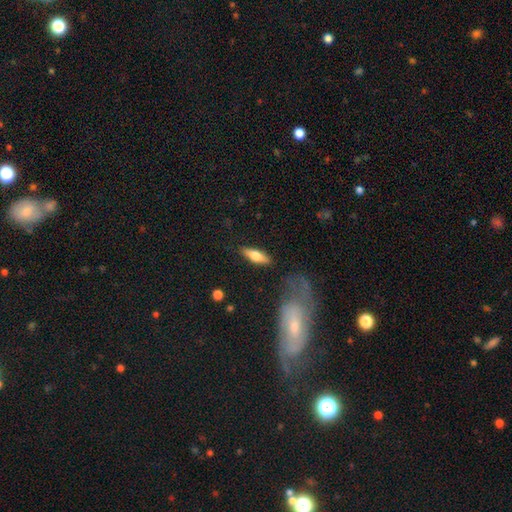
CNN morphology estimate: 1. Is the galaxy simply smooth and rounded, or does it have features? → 56% smooth, 38% featured or disk, 6% star or artifact.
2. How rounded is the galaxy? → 50% in between, 47% cigar-shaped, 3% round.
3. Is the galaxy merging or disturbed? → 85% none, 10% minor disturbance, 3% major disturbance, 2% merger.